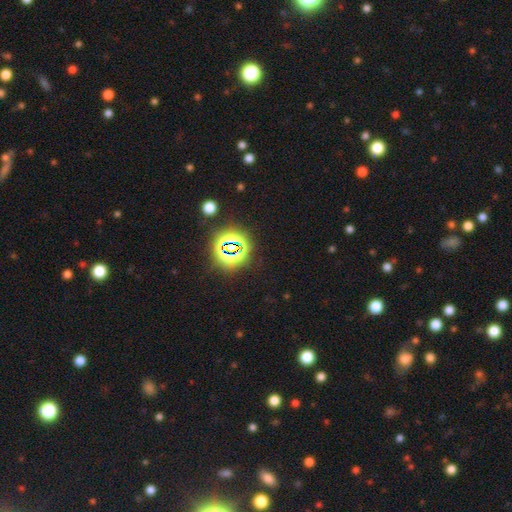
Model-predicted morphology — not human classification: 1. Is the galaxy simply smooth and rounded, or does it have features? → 81% star or artifact, 12% smooth, 7% featured or disk.